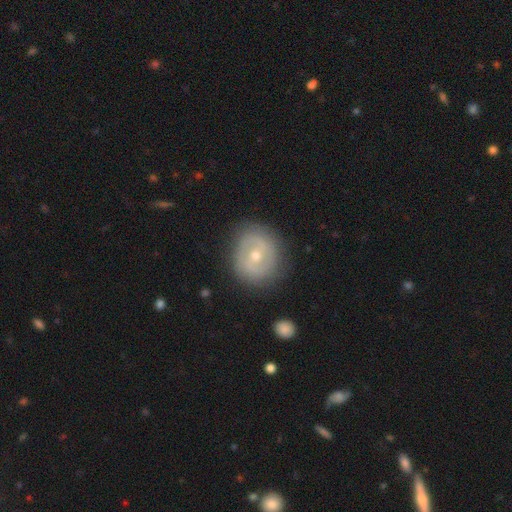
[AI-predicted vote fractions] smooth_or_featured: featured or disk (p=0.67) [alt: smooth p=0.27]
disk_edge_on: no (p=0.97) [alt: yes p=0.03]
bar: no (p=0.58) [alt: weak p=0.34]
has_spiral_arms: yes (p=0.69) [alt: no p=0.31]
bulge_size: moderate (p=0.53) [alt: small p=0.44]
merging: none (p=0.82) [alt: minor disturbance p=0.13]